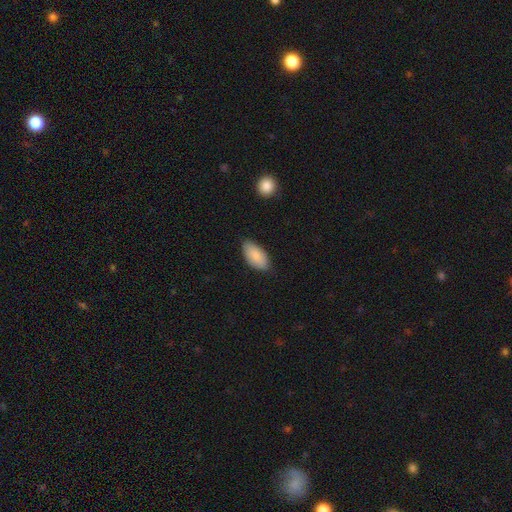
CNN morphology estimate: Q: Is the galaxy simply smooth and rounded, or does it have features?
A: smooth — 86%.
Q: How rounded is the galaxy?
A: in between — 93%.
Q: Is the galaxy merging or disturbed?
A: none — 79%.